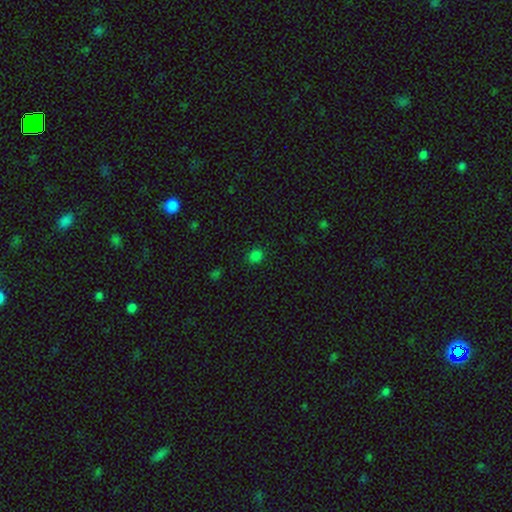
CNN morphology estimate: Smooth or featured?
  - smooth: 79% *
  - star or artifact: 18%
  - featured or disk: 3%
How rounded?
  - round: 75% *
  - in between: 24%
  - cigar-shaped: 1%
Merging?
  - none: 88% *
  - minor disturbance: 8%
  - major disturbance: 2%
  - merger: 1%